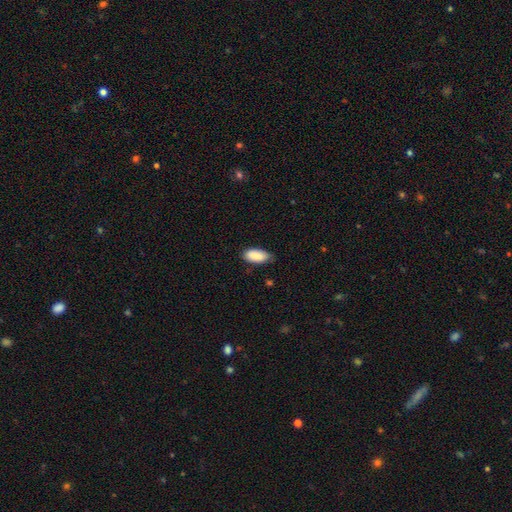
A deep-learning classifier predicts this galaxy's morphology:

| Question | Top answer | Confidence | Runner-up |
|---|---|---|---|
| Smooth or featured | smooth | 89% | star or artifact (6%) |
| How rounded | in between | 91% | cigar-shaped (7%) |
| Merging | none | 73% | minor disturbance (23%) |